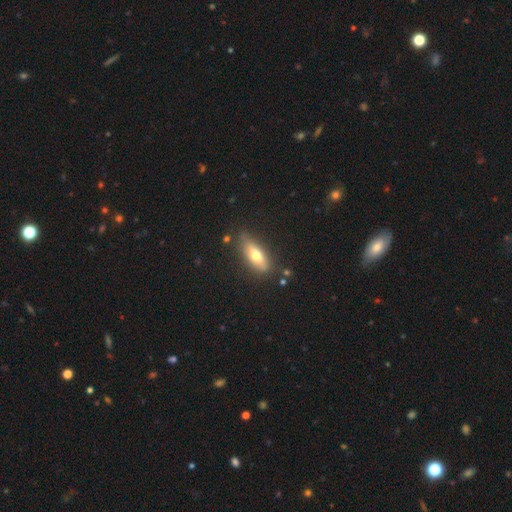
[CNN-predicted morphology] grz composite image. It shows a smooth galaxy with no disk features (63%) that is in between round and cigar-shaped (66%). Merging: none (78%).